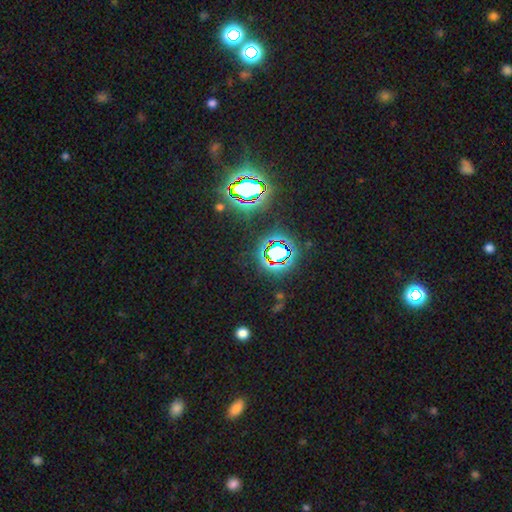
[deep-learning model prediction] A star or artifact, not a galaxy (81%).

Vote fractions:
- Smooth or featured? star or artifact: 81% / smooth: 12% / featured or disk: 7%